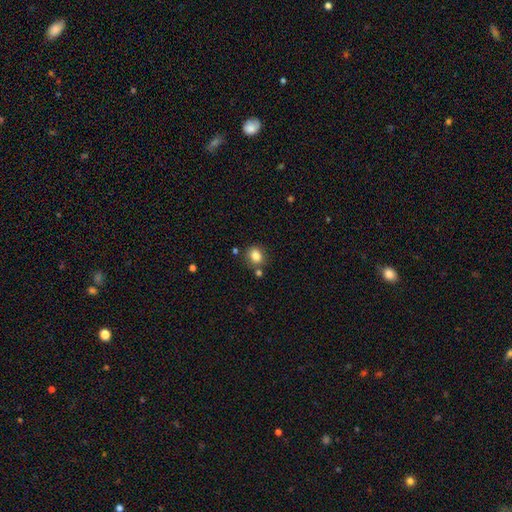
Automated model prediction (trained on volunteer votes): A smooth galaxy with no disk features (83%) that is round (50%).

Vote fractions:
- Smooth or featured? smooth: 83% / star or artifact: 10% / featured or disk: 7%
- How rounded? round: 50% / in between: 49% / cigar-shaped: 1%
- Merging? none: 73% / minor disturbance: 13% / merger: 11% / major disturbance: 3%